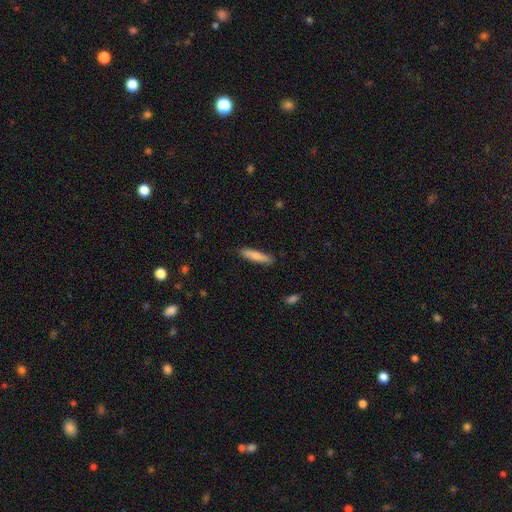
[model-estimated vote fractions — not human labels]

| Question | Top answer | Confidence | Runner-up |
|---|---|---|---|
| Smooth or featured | smooth | 75% | featured or disk (19%) |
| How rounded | cigar-shaped | 86% | in between (13%) |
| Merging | none | 87% | minor disturbance (10%) |